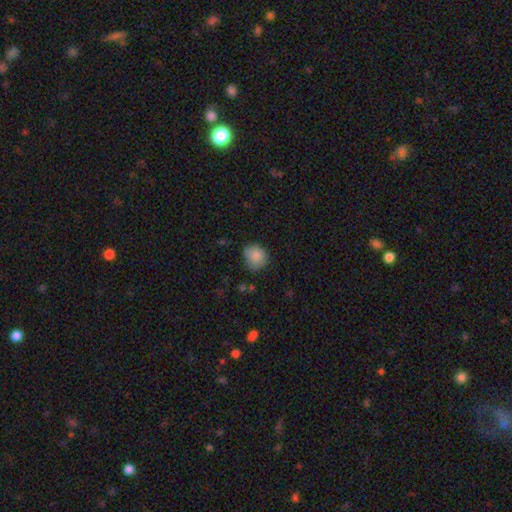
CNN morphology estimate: A smooth galaxy with no disk features (83%) that is round (75%). Merging: none (65%).